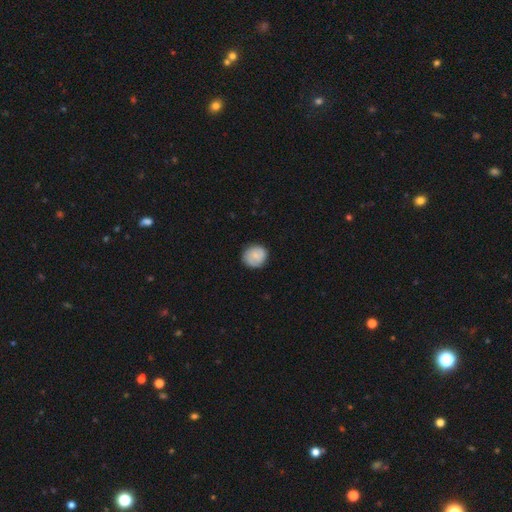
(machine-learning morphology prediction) This is likely a smooth galaxy (72%). How rounded: clearly round (86%). Merging: clearly none (83%).